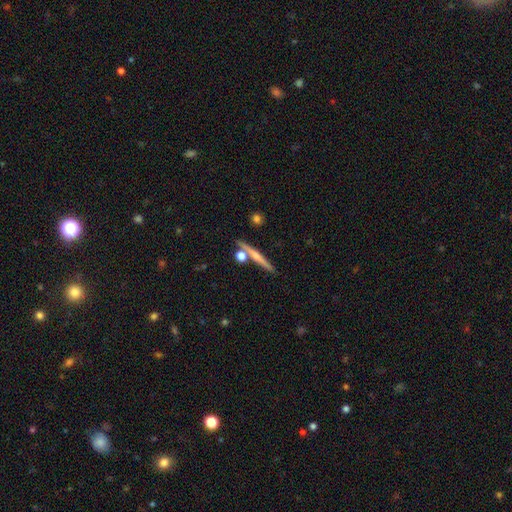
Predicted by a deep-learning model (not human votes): smooth_or_featured: smooth (p=0.48) [alt: featured or disk p=0.45]
merging: none (p=0.77) [alt: merger p=0.12]